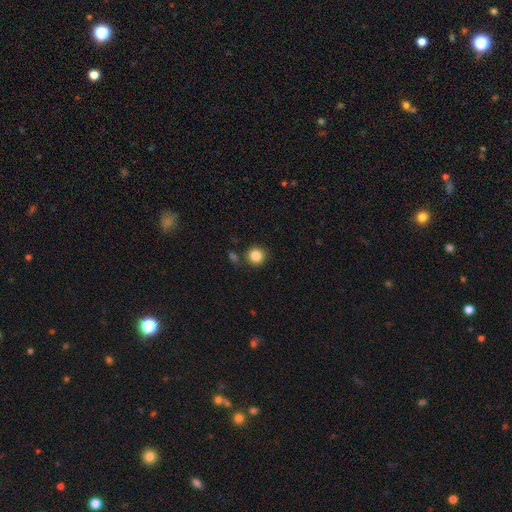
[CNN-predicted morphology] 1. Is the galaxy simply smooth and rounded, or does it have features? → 85% smooth, 10% star or artifact, 5% featured or disk.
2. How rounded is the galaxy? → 92% round, 7% in between, 1% cigar-shaped.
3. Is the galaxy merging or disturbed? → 84% none, 8% minor disturbance, 5% merger, 3% major disturbance.